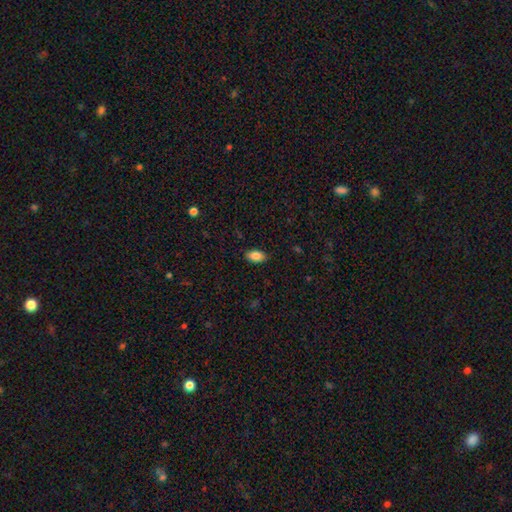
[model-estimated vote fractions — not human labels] Smooth or featured?
  - smooth: 87% *
  - star or artifact: 8%
  - featured or disk: 6%
How rounded?
  - in between: 92% *
  - round: 5%
  - cigar-shaped: 3%
Merging?
  - none: 87% *
  - minor disturbance: 10%
  - major disturbance: 2%
  - merger: 1%